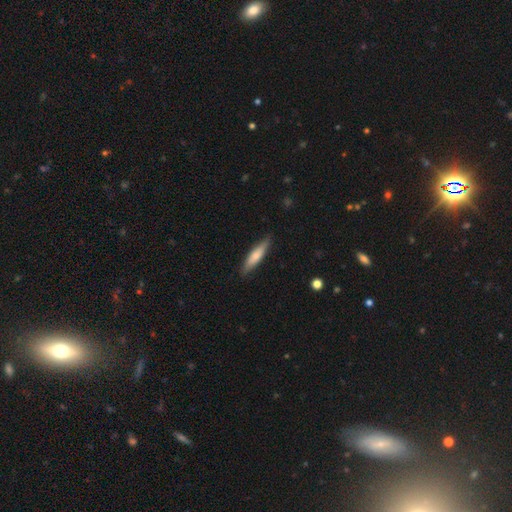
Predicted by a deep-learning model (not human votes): Smooth or featured? smooth (70%)
How rounded? cigar-shaped (79%)
Merging? none (87%)